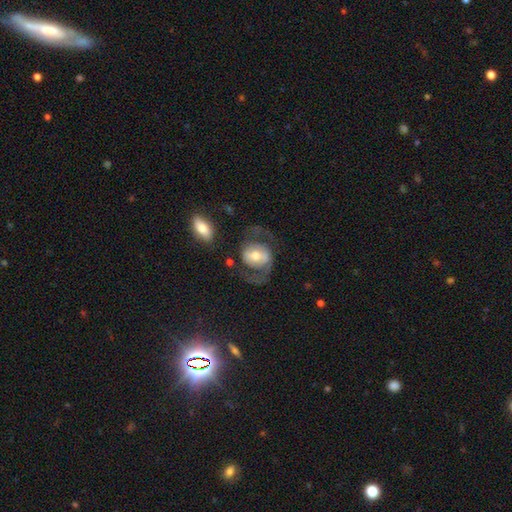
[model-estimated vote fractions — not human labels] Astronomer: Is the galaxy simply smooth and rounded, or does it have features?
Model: featured or disk — 71%.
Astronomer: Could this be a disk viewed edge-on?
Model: no — 96%.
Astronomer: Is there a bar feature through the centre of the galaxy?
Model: weak — 38% (runner-up: no, 34%).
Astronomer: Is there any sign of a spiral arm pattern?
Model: yes — 81%.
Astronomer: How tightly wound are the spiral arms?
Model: medium — 50% (runner-up: loose, 35%).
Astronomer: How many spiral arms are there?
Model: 2 — 88%.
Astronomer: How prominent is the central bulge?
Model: moderate — 61%.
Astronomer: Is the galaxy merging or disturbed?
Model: none — 59%.